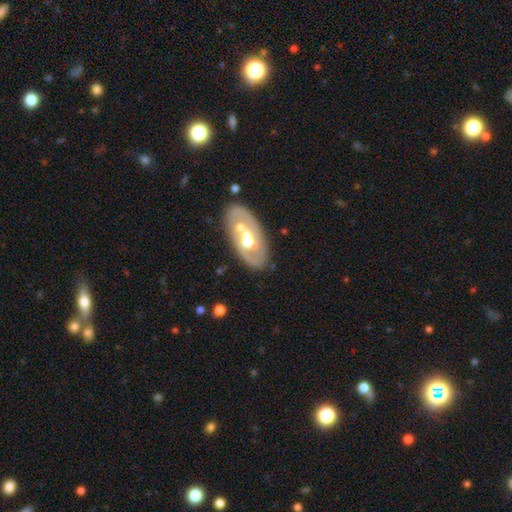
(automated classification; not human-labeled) Q: Smooth or featured?
A: featured or disk (66%); runner-up: smooth (27%)
Q: Edge-on disk?
A: no (89%); runner-up: yes (11%)
Q: Bar?
A: no (71%); runner-up: weak (19%)
Q: Spiral arms?
A: no (75%); runner-up: yes (25%)
Q: Bulge size?
A: moderate (74%); runner-up: small (16%)
Q: Merging?
A: none (60%); runner-up: merger (20%)